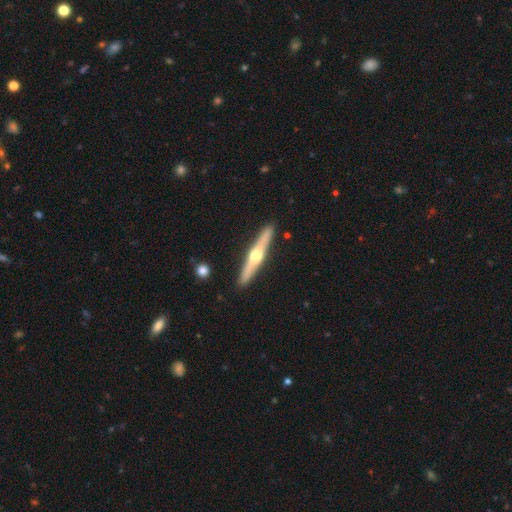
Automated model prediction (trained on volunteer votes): smooth-or-featured: featured or disk: 69% | smooth: 26% | star or artifact: 5%
  disk-edge-on: yes: 97% | no: 3%
    edge-on-bulge: rounded: 94% | none: 3% | boxy: 3%
  merging: none: 90% | minor disturbance: 7% | merger: 2% | major disturbance: 1%